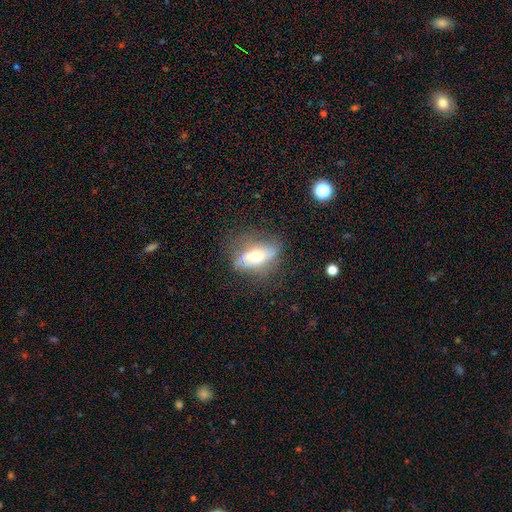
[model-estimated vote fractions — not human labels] Smooth or featured? smooth (46%)
Merging? none (60%)